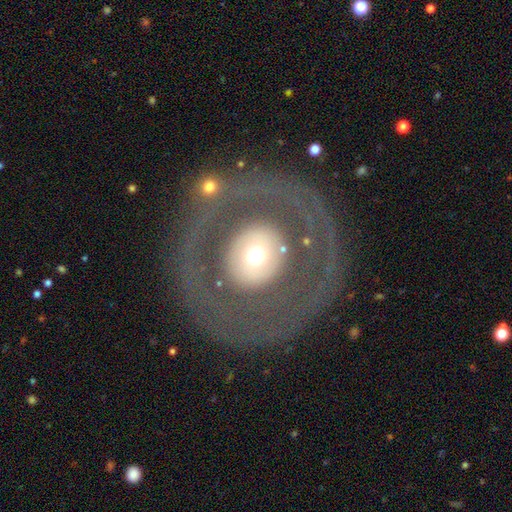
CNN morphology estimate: This is possibly a featured or disk galaxy (57%). It is clearly not viewed edge-on (94%). Bar: clearly no (88%). Spiral arm pattern: likely no (73%). Central bulge: possibly moderate (55%). Merging: likely none (74%).